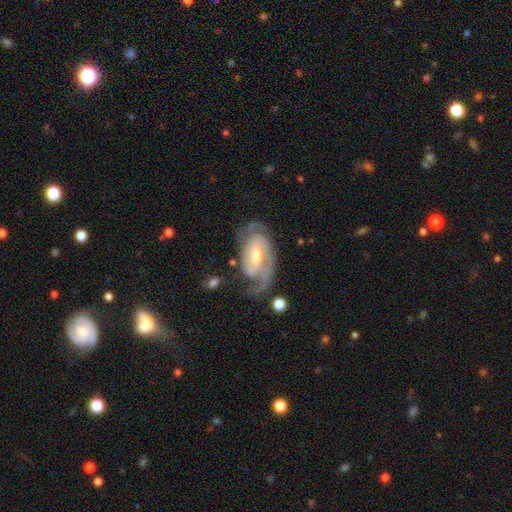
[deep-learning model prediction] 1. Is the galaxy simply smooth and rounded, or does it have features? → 89% featured or disk, 6% smooth, 5% star or artifact.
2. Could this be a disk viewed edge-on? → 96% no, 4% yes.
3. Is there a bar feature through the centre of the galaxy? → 47% weak, 27% no, 26% strong.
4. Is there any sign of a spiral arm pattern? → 97% yes, 3% no.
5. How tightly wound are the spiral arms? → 50% tight, 41% medium, 9% loose.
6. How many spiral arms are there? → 68% 2, 11% 3, 9% can't tell, 8% 1, 2% 4, 2% more than 4.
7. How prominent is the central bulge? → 52% moderate, 41% small, 4% large, 2% none, 1% dominant.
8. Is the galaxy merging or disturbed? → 69% none, 18% minor disturbance, 11% major disturbance, 2% merger.